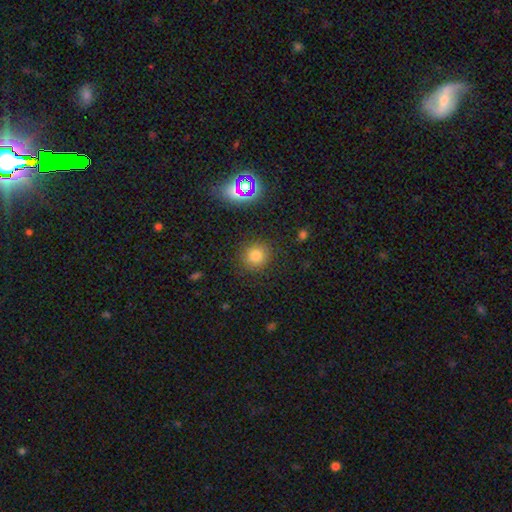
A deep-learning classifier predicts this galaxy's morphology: Smooth or featured: smooth — 76% (star or artifact — 16%)
How rounded: round — 89% (in between — 10%)
Merging: none — 87% (minor disturbance — 8%)